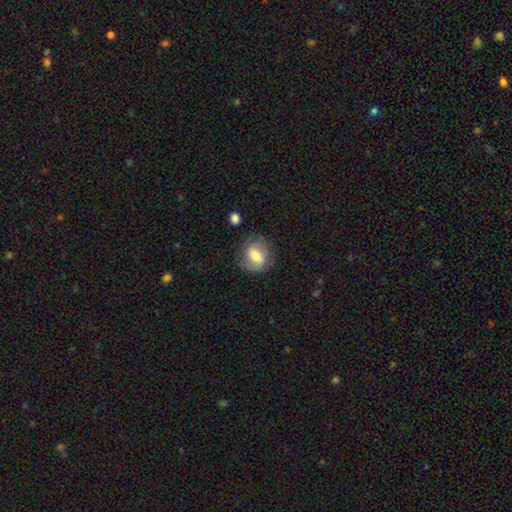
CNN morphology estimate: smooth_or_featured: smooth (p=0.55) [alt: featured or disk p=0.37]
how_rounded: round (p=0.55) [alt: in between p=0.43]
merging: none (p=0.68) [alt: minor disturbance p=0.21]